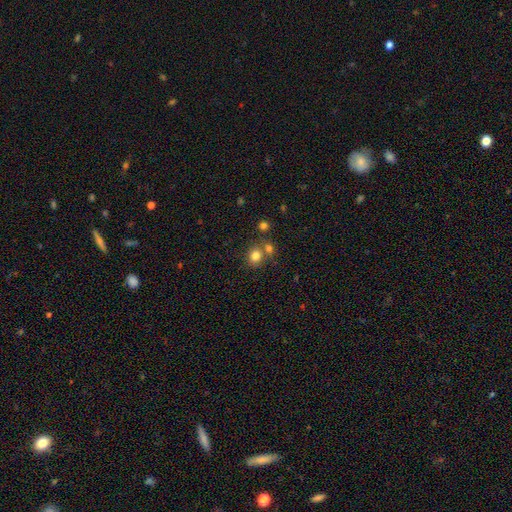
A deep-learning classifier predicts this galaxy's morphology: A smooth galaxy with no disk features (80%) that is round (67%). Merging: none (60%).